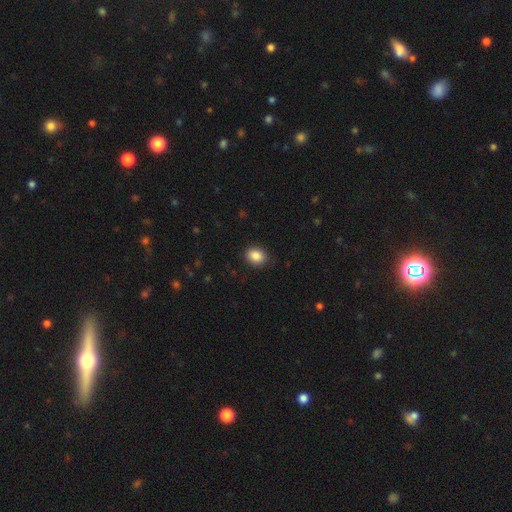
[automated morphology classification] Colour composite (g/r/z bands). It shows a smooth galaxy with no disk features (88%) that is in between round and cigar-shaped (64%). Merging: none (86%).